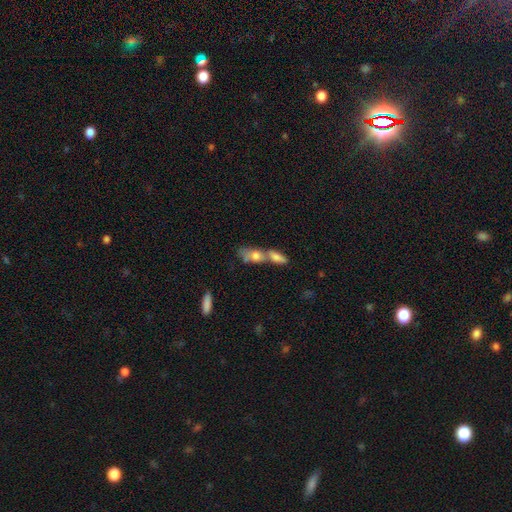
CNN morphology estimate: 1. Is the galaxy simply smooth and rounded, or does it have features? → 61% smooth, 30% featured or disk, 9% star or artifact.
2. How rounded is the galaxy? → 61% in between, 30% cigar-shaped, 8% round.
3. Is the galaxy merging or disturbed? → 66% merger, 21% none, 8% minor disturbance, 5% major disturbance.